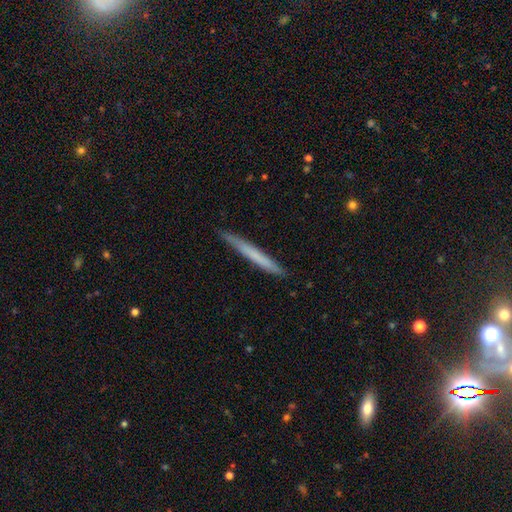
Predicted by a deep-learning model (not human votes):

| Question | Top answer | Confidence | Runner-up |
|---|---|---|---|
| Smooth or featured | smooth | 61% | featured or disk (33%) |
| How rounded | cigar-shaped | 97% | in between (2%) |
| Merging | none | 89% | minor disturbance (8%) |